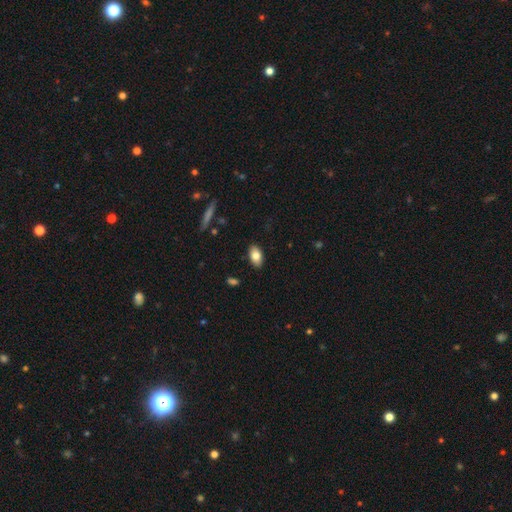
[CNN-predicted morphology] A smooth galaxy with no disk features (81%) that is in between round and cigar-shaped (92%). Merging: none (88%).